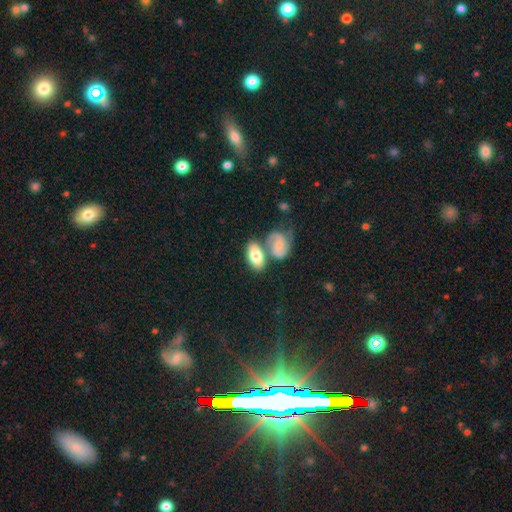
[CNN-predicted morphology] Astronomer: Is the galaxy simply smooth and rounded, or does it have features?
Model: smooth — 65%.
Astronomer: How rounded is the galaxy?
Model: in between — 89%.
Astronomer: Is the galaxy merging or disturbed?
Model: merger — 42% (runner-up: none, 39%).